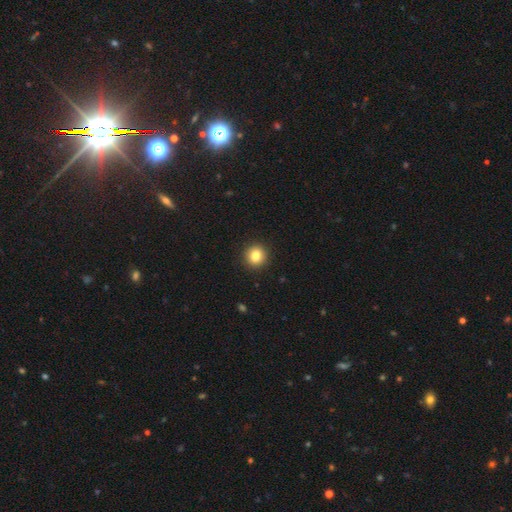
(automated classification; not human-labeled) Morphology: type=smooth (83%); roundness=round (90%); merging=none (93%).